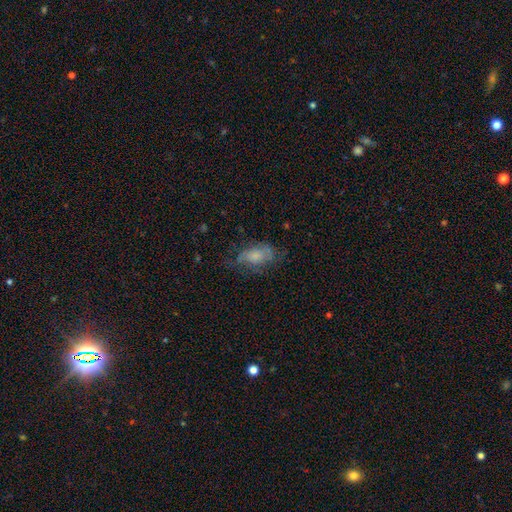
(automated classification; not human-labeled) Smooth or featured? Predicted: smooth (p=0.54). How rounded? Predicted: in between (p=0.88). Merging? Predicted: none (p=0.53).